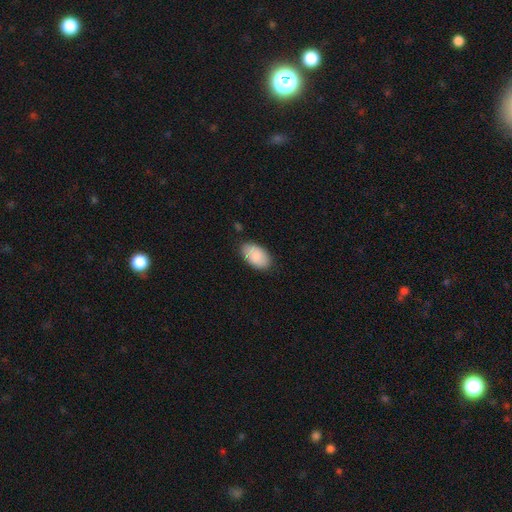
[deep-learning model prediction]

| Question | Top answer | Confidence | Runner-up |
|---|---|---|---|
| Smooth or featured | smooth | 88% | featured or disk (6%) |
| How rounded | in between | 95% | round (3%) |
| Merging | none | 81% | minor disturbance (15%) |